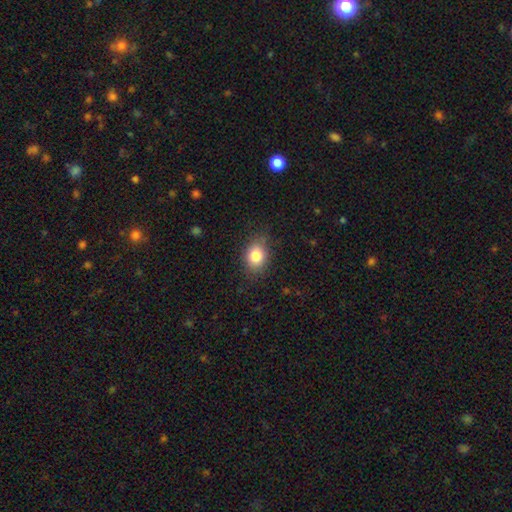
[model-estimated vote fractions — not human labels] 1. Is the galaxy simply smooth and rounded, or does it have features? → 82% smooth, 10% star or artifact, 8% featured or disk.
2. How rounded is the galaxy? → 58% in between, 41% round, 1% cigar-shaped.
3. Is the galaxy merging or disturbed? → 80% none, 15% minor disturbance, 4% major disturbance, 1% merger.